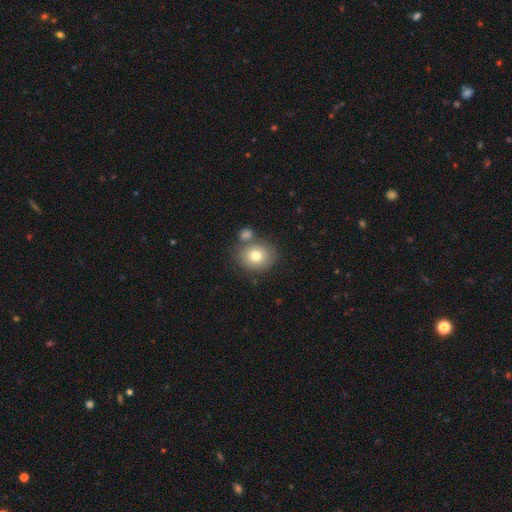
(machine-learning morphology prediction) Overall: smooth (76%). How rounded: round (70%; in between 30%). Merging: none (61%; merger 23%).